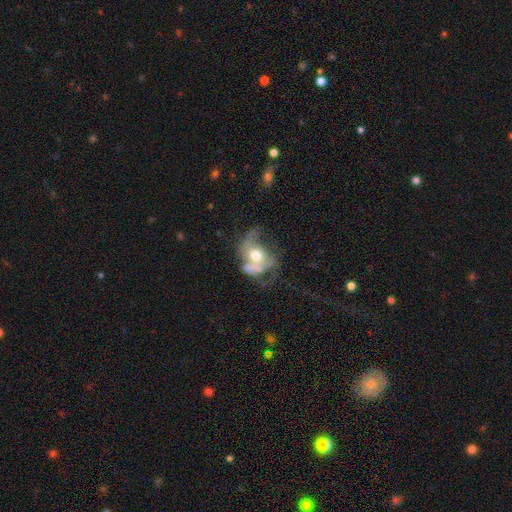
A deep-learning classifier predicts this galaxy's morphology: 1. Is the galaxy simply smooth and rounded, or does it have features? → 58% featured or disk, 32% smooth, 10% star or artifact.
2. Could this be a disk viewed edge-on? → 96% no, 4% yes.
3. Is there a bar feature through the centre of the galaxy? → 78% no, 17% weak, 5% strong.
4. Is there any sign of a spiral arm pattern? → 51% no, 49% yes.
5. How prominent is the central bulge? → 68% moderate, 16% large, 11% small, 3% none, 2% dominant.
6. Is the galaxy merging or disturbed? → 41% major disturbance, 26% merger, 20% none, 14% minor disturbance.